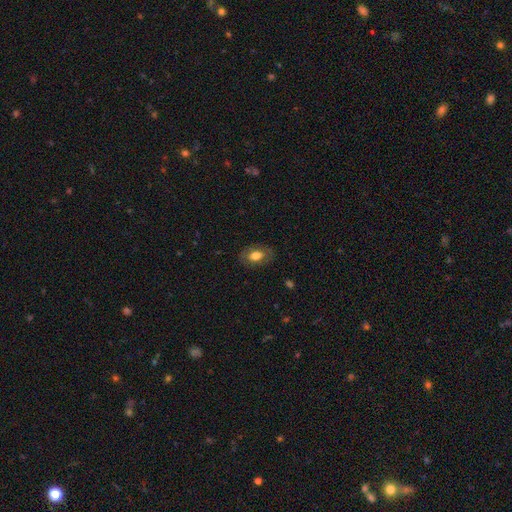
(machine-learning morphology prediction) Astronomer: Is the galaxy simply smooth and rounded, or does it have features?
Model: smooth — 68%.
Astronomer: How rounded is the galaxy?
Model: in between — 84%.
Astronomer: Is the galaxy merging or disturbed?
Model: none — 80%.